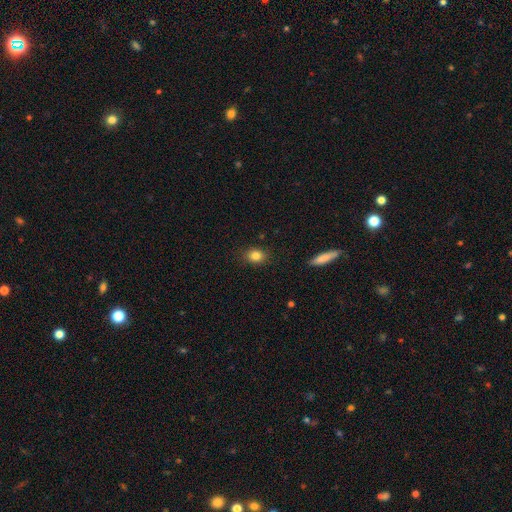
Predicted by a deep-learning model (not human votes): smooth_or_featured: smooth (p=0.84) [alt: star or artifact p=0.10]
how_rounded: in between (p=0.54) [alt: round p=0.44]
merging: none (p=0.87) [alt: minor disturbance p=0.10]